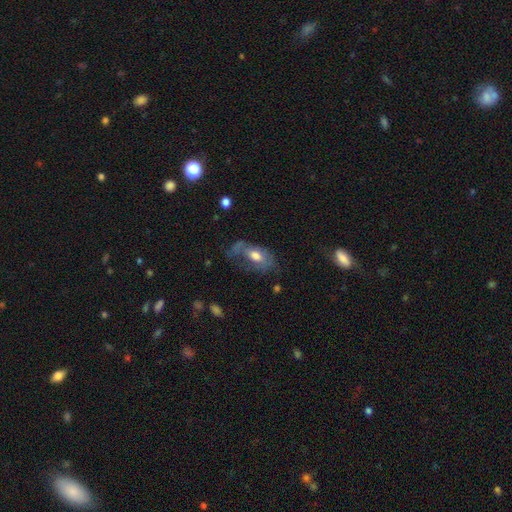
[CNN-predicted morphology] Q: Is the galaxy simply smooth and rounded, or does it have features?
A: smooth — 52%.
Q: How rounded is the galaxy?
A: in between — 88%.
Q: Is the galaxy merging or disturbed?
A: major disturbance — 39%.